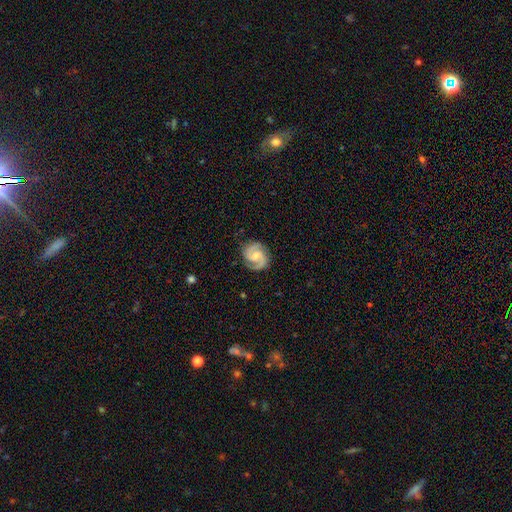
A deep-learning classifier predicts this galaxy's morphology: Overall: featured or disk (89%). Edge-on disk: no (98%). Bar: no (45%; weak 44%). Spiral arms: yes (98%). Spiral arm count: 2 (92%). Spiral winding: medium (52%; tight 39%). Bulge size: small (44%; moderate 41%). Merging: none (84%).